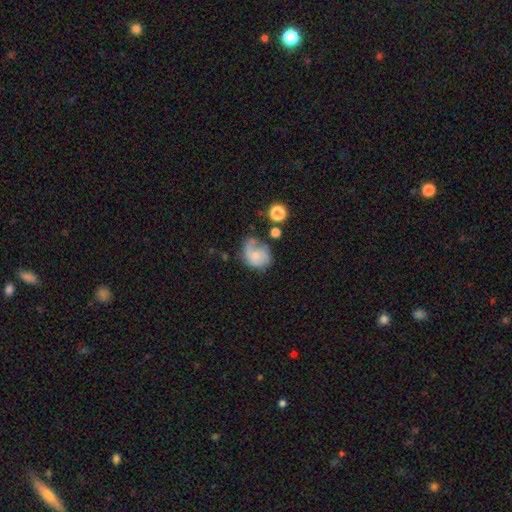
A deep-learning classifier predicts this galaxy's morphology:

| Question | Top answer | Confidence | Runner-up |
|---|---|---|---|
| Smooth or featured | featured or disk | 53% | smooth (38%) |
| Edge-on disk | no | 98% | yes (2%) |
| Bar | no | 74% | weak (23%) |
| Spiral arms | yes | 84% | no (16%) |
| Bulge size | small | 56% | moderate (22%) |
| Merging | none | 43% | minor disturbance (27%) |